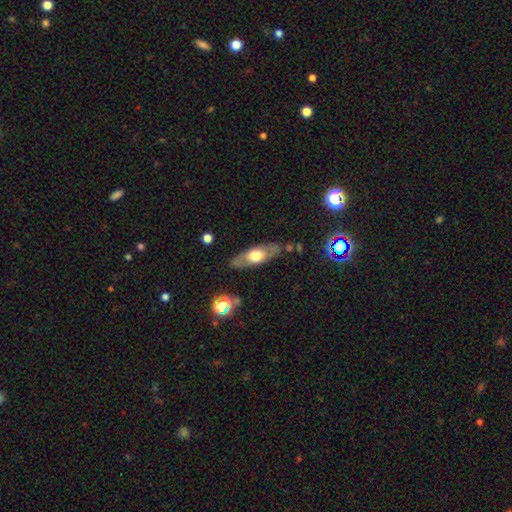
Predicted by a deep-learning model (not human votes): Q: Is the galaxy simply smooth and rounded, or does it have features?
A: featured or disk — 50%.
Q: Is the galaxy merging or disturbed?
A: none — 81%.